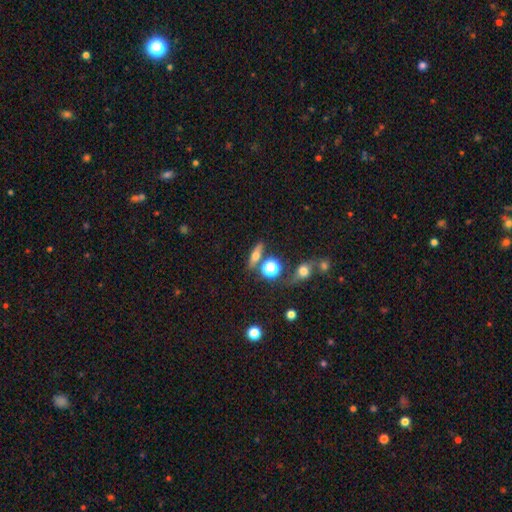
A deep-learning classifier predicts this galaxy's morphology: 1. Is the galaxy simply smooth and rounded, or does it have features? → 51% smooth, 34% featured or disk, 14% star or artifact.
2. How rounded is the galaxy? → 41% in between, 40% cigar-shaped, 19% round.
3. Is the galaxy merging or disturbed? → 75% none, 10% minor disturbance, 10% merger, 4% major disturbance.